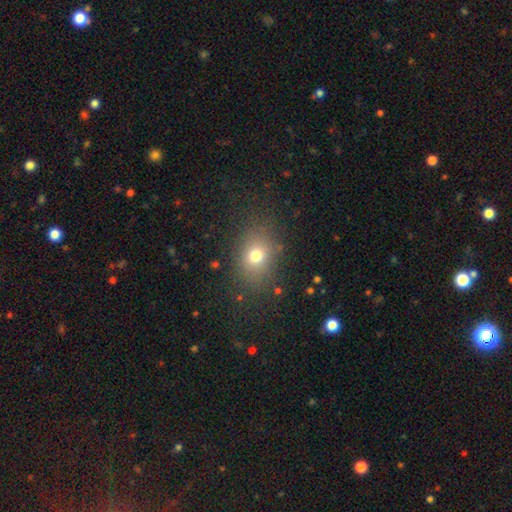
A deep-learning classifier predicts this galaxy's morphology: This appears to be a smooth galaxy with no disk features (72%) that is in between round and cigar-shaped (52%). Merging: none (81%).